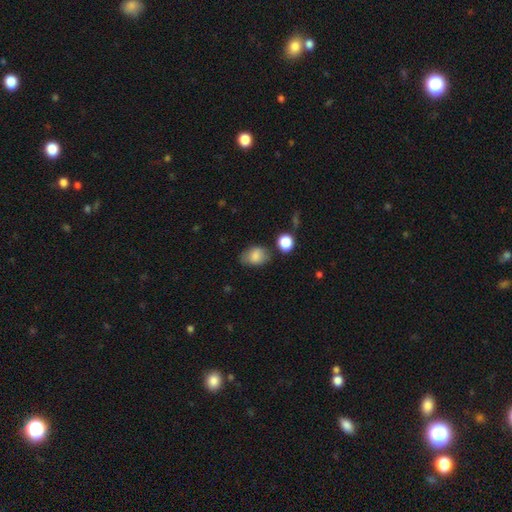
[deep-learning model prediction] Smooth or featured? smooth (81%)
How rounded? in between (75%)
Merging? none (64%)